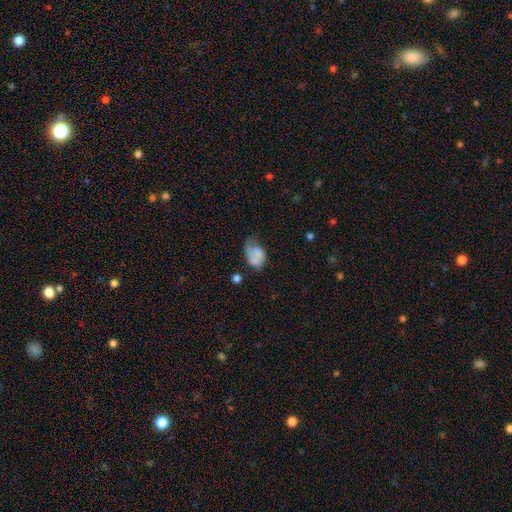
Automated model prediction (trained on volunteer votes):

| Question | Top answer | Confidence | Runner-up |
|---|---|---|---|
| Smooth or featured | smooth | 59% | featured or disk (32%) |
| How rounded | in between | 83% | round (16%) |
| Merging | none | 31% | minor disturbance (30%) |